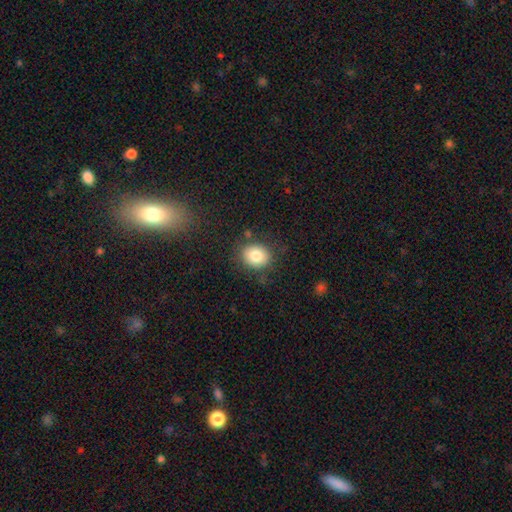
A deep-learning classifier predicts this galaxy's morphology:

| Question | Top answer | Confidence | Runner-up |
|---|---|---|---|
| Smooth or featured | smooth | 81% | star or artifact (9%) |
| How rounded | round | 64% | in between (35%) |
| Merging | none | 81% | minor disturbance (13%) |